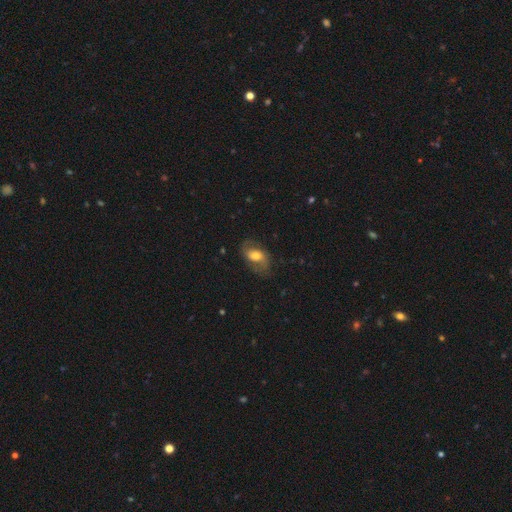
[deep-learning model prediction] The model was most divided on "bar": no: 44%, weak: 40%, strong: 15%. More confident: edge-on disk — no (95%); spiral arms — yes (83%); merging — none (68%); bulge size — moderate (57%); smooth or featured — featured or disk (56%).